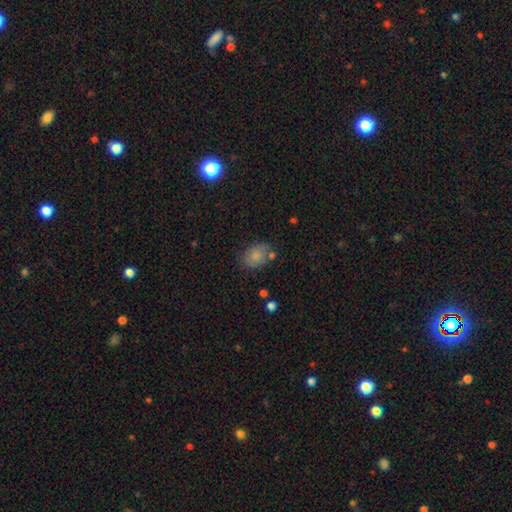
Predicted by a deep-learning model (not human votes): A smooth galaxy with no disk features (79%) that is in between round and cigar-shaped (74%). Merging: none (68%).